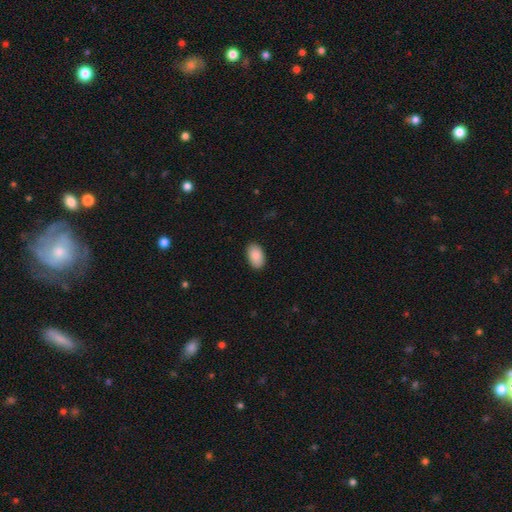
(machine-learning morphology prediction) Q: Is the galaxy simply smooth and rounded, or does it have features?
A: smooth — 90%.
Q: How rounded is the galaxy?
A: in between — 94%.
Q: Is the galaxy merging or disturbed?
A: none — 88%.